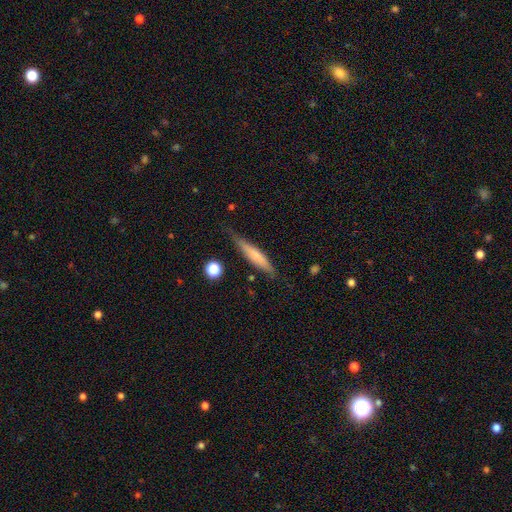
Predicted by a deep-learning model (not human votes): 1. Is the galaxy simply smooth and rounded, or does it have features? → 62% smooth, 32% featured or disk, 7% star or artifact.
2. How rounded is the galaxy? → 86% cigar-shaped, 13% in between, 2% round.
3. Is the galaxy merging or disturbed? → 73% none, 21% minor disturbance, 4% major disturbance, 2% merger.